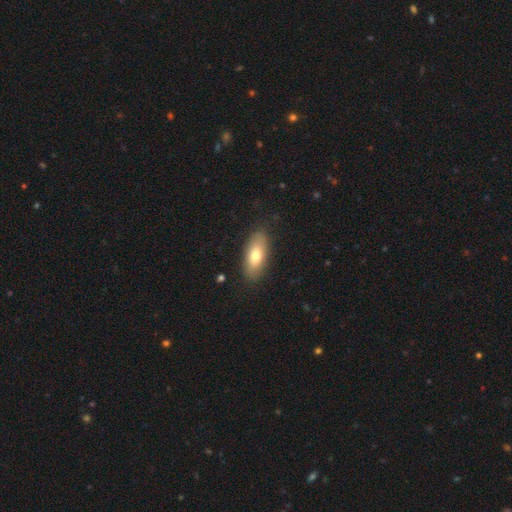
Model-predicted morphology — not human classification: Overall: smooth (75%). How rounded: in between (82%). Merging: none (85%).